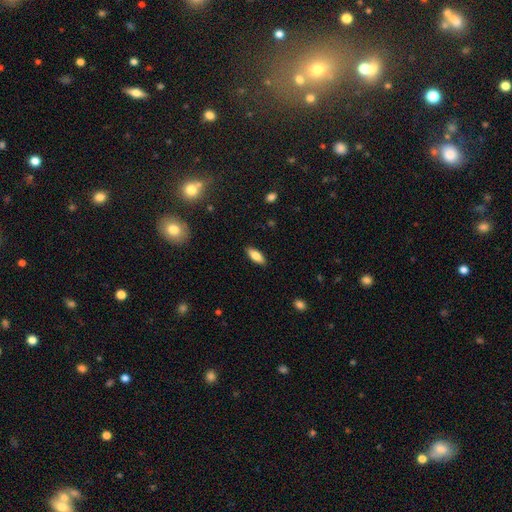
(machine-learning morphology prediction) Smooth or featured?
  - smooth: 79% *
  - featured or disk: 15%
  - star or artifact: 7%
How rounded?
  - in between: 71% *
  - cigar-shaped: 27%
  - round: 2%
Merging?
  - none: 88% *
  - minor disturbance: 9%
  - major disturbance: 2%
  - merger: 1%